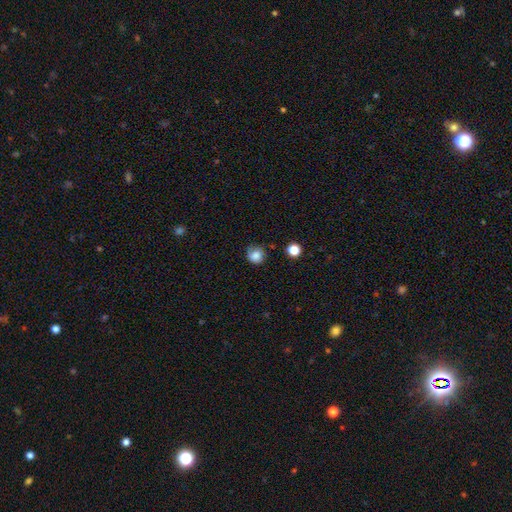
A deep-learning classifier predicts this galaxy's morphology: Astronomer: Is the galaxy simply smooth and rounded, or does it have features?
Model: smooth — 82%.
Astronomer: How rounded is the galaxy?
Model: round — 88%.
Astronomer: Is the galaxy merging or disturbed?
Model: none — 67%.